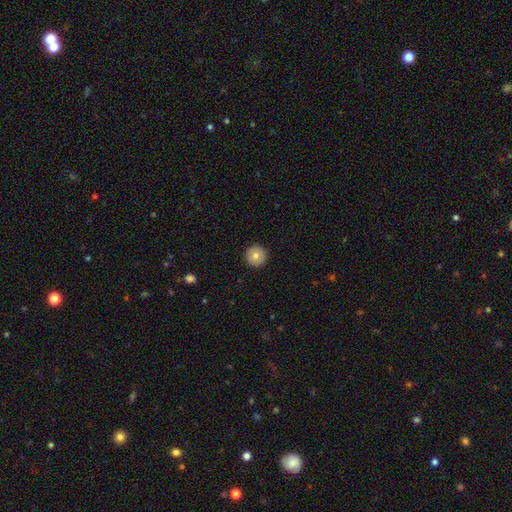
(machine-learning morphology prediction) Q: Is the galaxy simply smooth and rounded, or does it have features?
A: smooth — 78%.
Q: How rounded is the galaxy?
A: round — 97%.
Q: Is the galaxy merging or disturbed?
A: none — 93%.